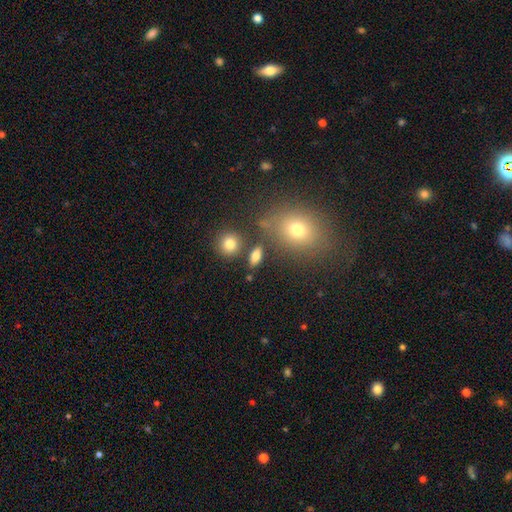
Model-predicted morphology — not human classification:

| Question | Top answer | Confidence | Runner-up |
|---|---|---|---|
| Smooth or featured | smooth | 79% | star or artifact (11%) |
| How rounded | in between | 73% | round (19%) |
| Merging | none | 79% | minor disturbance (10%) |